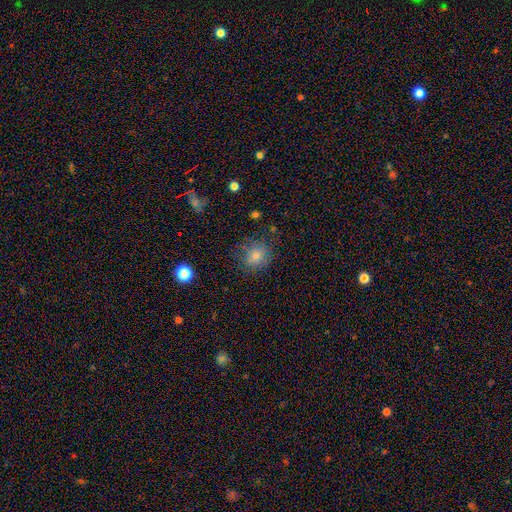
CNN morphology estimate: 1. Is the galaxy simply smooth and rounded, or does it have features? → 73% smooth, 17% star or artifact, 11% featured or disk.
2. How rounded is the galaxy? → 73% round, 26% in between, 1% cigar-shaped.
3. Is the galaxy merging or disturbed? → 77% none, 16% minor disturbance, 6% major disturbance, 2% merger.